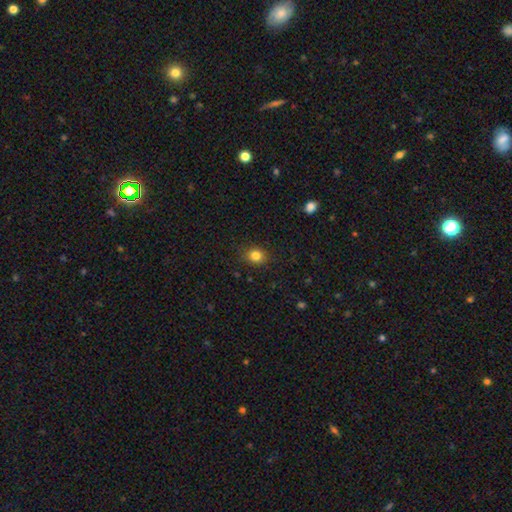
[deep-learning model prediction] This is clearly a smooth galaxy (82%). How rounded: likely round (65%). Merging: clearly none (87%).